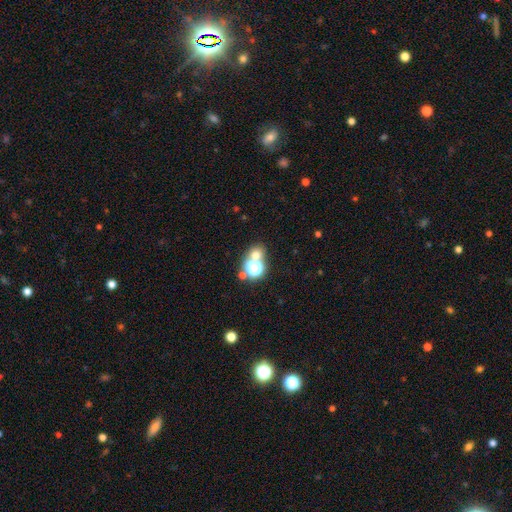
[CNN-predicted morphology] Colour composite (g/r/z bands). It shows a smooth galaxy with no disk features (57%) that is round (75%). Merging: none (58%).